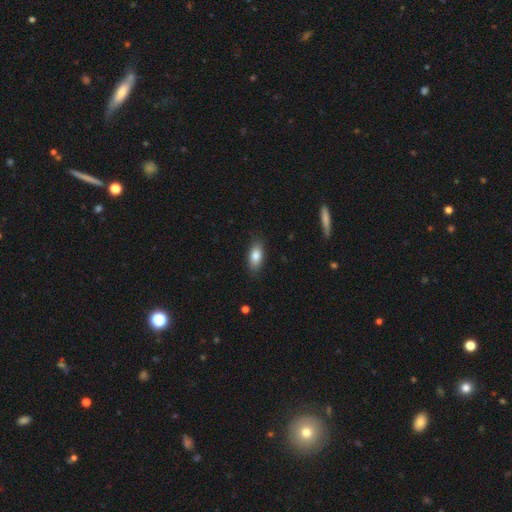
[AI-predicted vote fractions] Q: Smooth or featured?
A: smooth (83%); runner-up: featured or disk (10%)
Q: How rounded?
A: in between (86%); runner-up: cigar-shaped (10%)
Q: Merging?
A: none (85%); runner-up: minor disturbance (11%)